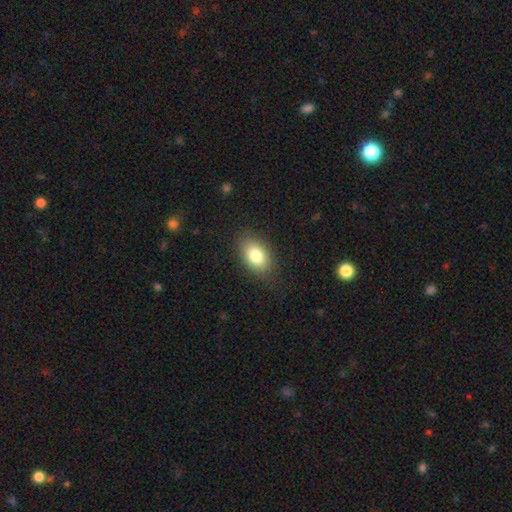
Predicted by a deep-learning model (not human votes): Overall: smooth (82%). How rounded: in between (86%). Merging: none (85%).